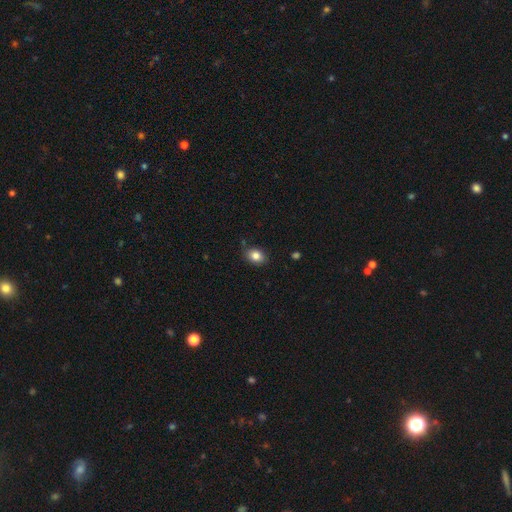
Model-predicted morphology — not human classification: This is clearly a smooth galaxy (83%). How rounded: likely in between (64%). Merging: clearly none (82%).